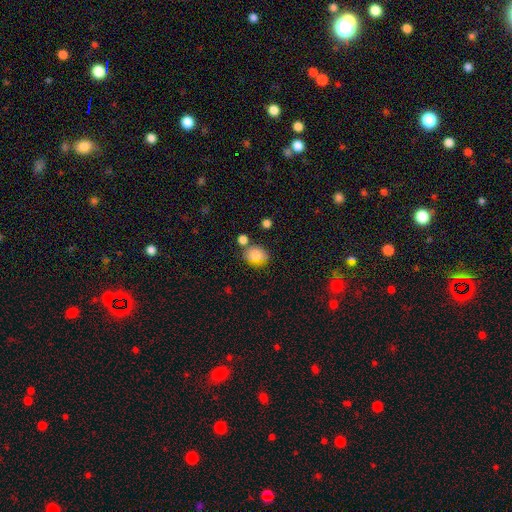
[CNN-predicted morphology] smooth 80%, featured or disk 11%, star or artifact 10%. Down the decision tree: how rounded — round (52%); merging — none (62%).